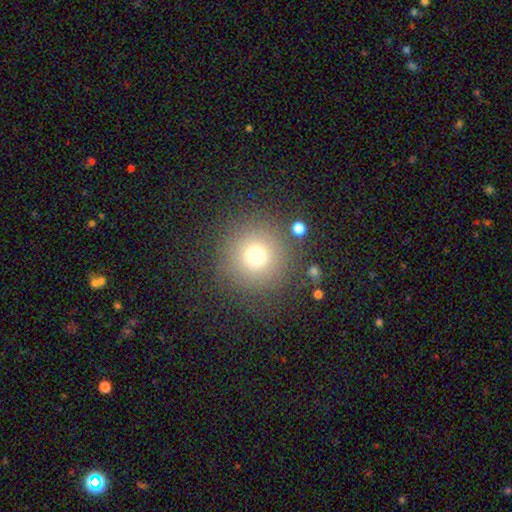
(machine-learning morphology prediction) Q: Smooth or featured?
A: smooth (72%); runner-up: star or artifact (17%)
Q: How rounded?
A: round (96%); runner-up: in between (3%)
Q: Merging?
A: none (84%); runner-up: minor disturbance (8%)